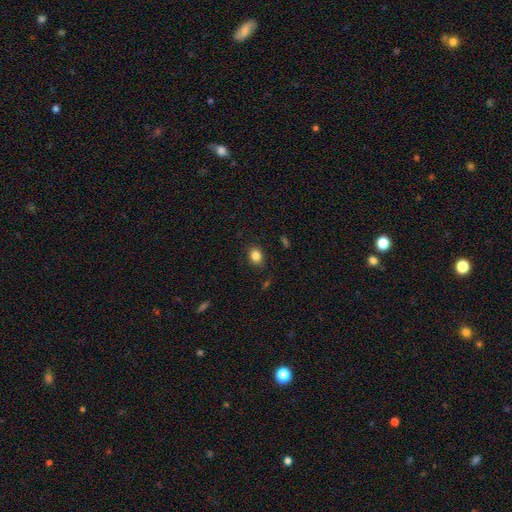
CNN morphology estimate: Overall: smooth (85%). How rounded: in between (54%; round 45%). Merging: none (86%).